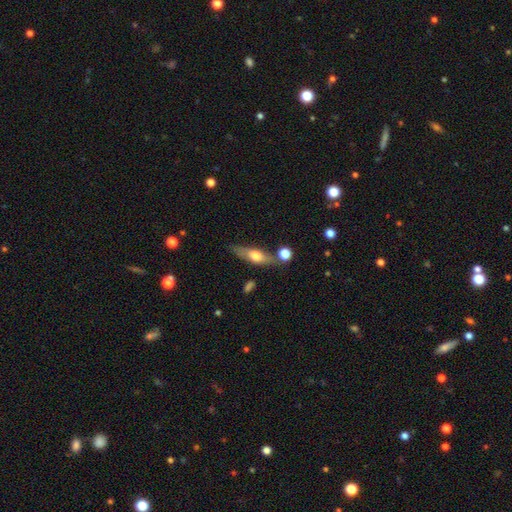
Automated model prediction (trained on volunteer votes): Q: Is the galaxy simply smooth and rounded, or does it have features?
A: smooth — 53%.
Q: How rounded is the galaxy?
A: cigar-shaped — 51%.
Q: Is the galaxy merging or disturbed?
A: none — 64%.